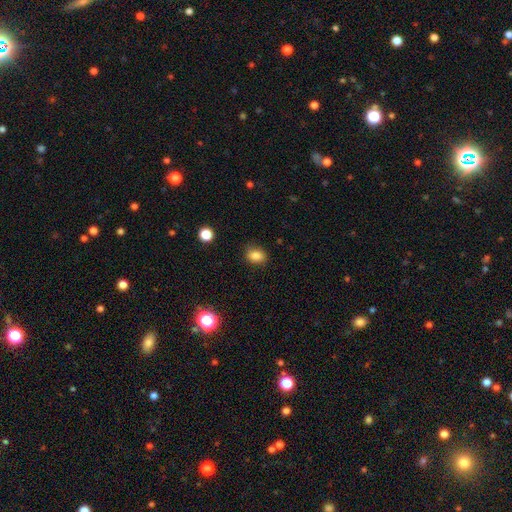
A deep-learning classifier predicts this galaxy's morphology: smooth 84%, star or artifact 11%, featured or disk 5%. Down the decision tree: how rounded — in between (63%); merging — none (84%).